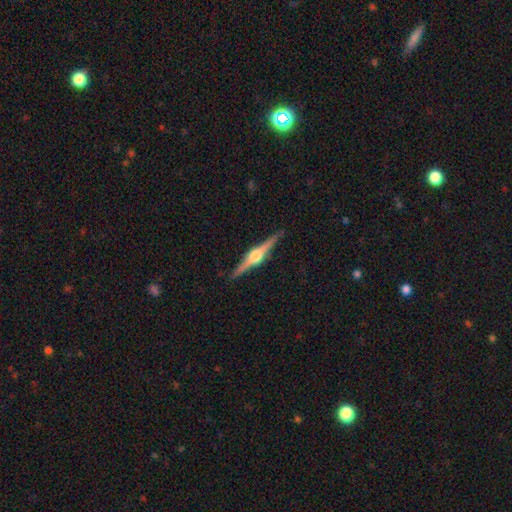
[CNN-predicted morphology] Smooth or featured? Predicted: featured or disk (p=0.84). Edge-on disk? Predicted: yes (p=0.98). Edge-on bulge? Predicted: rounded (p=0.94). Merging? Predicted: none (p=0.90).